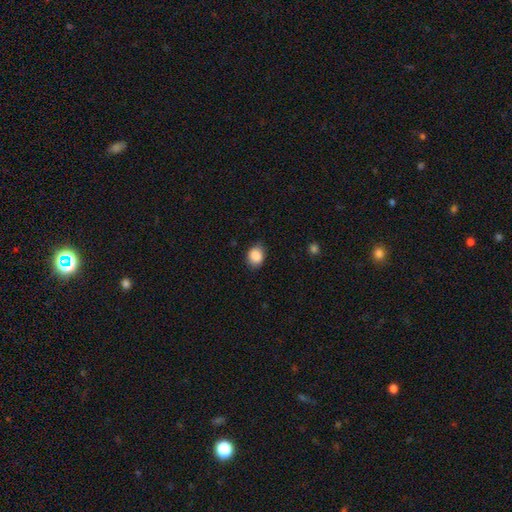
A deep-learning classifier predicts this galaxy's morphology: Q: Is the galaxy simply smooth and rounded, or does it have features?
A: smooth — 88%.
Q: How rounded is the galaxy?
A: in between — 50%.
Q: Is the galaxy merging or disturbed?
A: none — 80%.